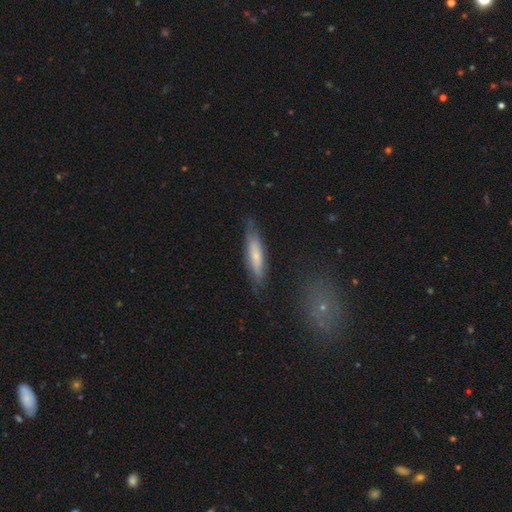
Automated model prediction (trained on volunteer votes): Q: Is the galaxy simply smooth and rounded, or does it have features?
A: smooth — 53%.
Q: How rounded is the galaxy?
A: cigar-shaped — 76%.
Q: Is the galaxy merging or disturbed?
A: none — 74%.